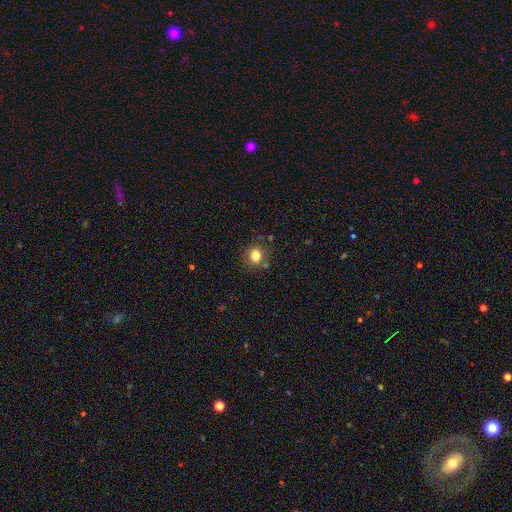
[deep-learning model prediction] smooth_or_featured: smooth (p=0.80) [alt: star or artifact p=0.12]
how_rounded: round (p=0.80) [alt: in between p=0.19]
merging: none (p=0.80) [alt: minor disturbance p=0.11]